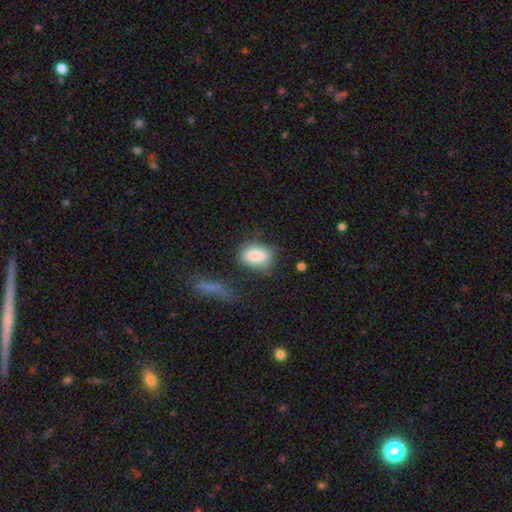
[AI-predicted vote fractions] Smooth or featured: smooth — 81% (featured or disk — 11%)
How rounded: in between — 84% (round — 10%)
Merging: none — 58% (minor disturbance — 25%)